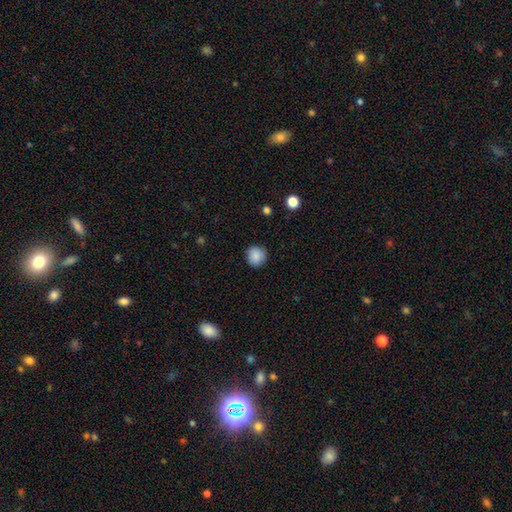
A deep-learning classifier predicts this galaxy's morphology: smooth 88%, star or artifact 9%, featured or disk 4%. Down the decision tree: how rounded — round (92%); merging — none (88%).